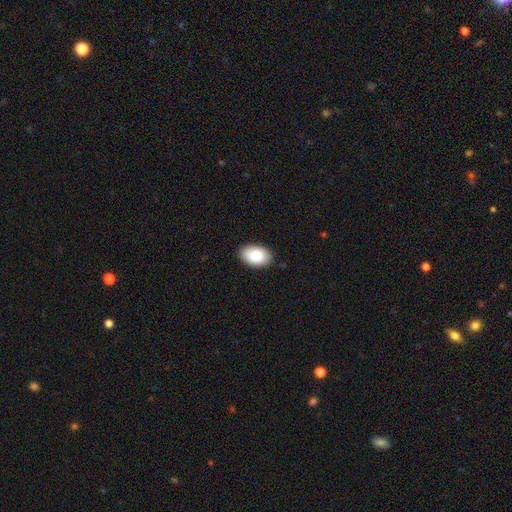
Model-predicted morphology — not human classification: This is clearly a smooth galaxy (87%). How rounded: clearly in between (91%). Merging: clearly none (88%).